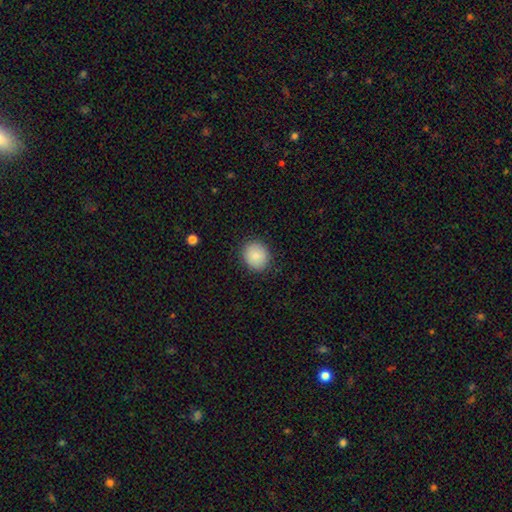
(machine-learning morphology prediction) smooth-or-featured: smooth: 88% | star or artifact: 8% | featured or disk: 5%
  how-rounded: round: 74% | in between: 25% | cigar-shaped: 1%
  merging: none: 88% | minor disturbance: 9% | major disturbance: 2% | merger: 1%